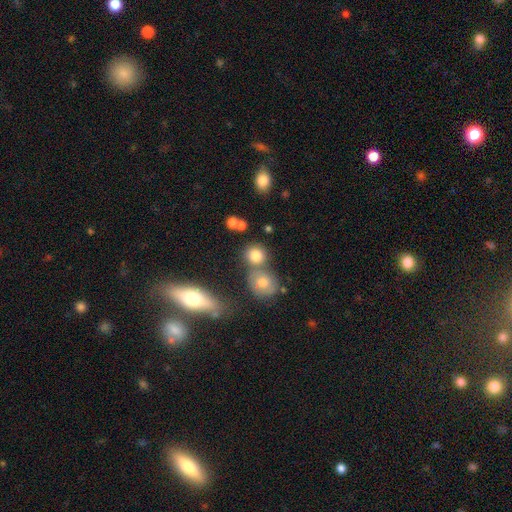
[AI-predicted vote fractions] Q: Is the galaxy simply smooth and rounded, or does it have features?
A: smooth — 79%.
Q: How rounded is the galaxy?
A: round — 83%.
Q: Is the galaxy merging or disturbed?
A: none — 56%.